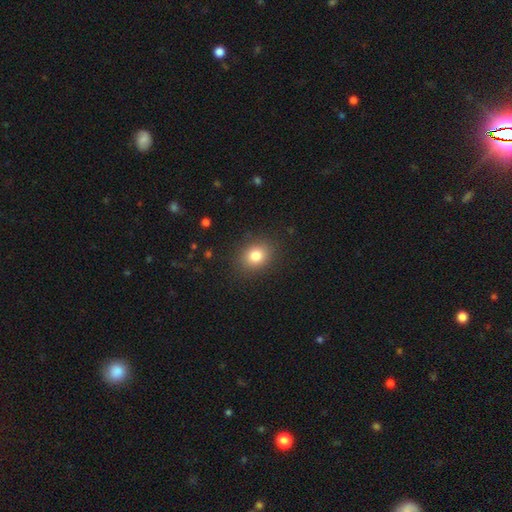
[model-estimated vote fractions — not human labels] Smooth or featured? smooth (81%)
How rounded? round (60%)
Merging? none (88%)